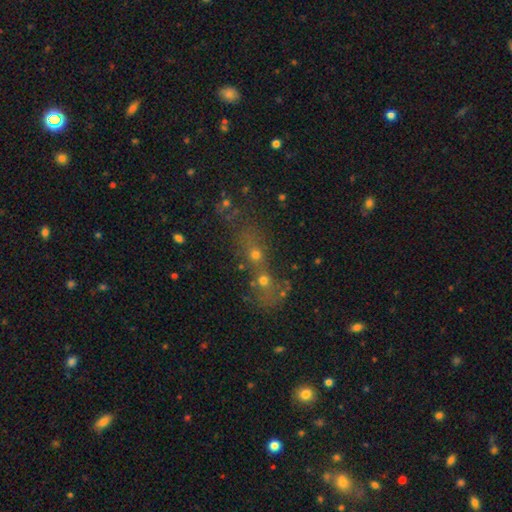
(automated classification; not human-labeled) This appears to be a smooth galaxy with no disk features (42%). Merging: merger (56%).